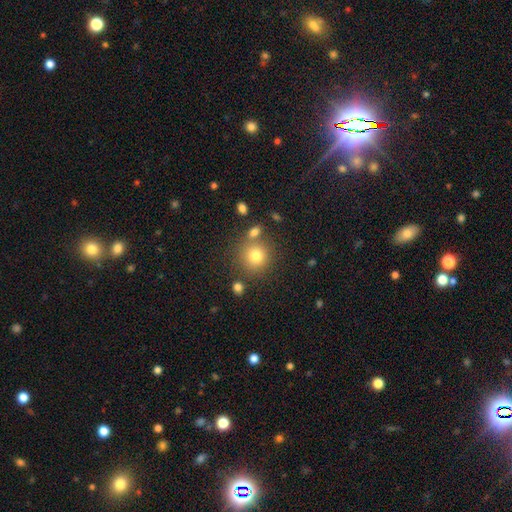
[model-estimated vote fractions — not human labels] smooth-or-featured: smooth: 78% | star or artifact: 13% | featured or disk: 9%
  how-rounded: round: 91% | in between: 8% | cigar-shaped: 1%
  merging: none: 74% | merger: 13% | minor disturbance: 10% | major disturbance: 4%